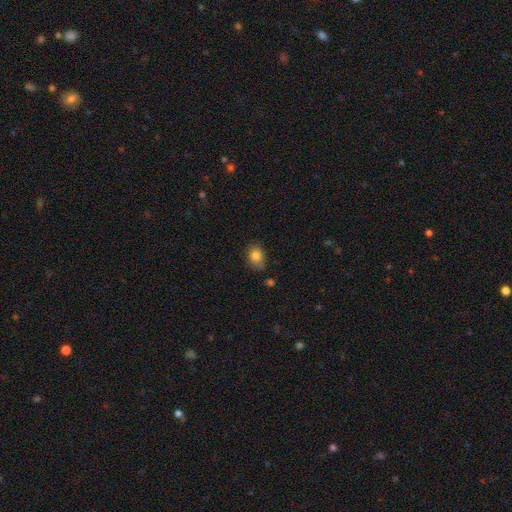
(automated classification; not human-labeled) Smooth or featured? Predicted: smooth (p=0.83). How rounded? Predicted: in between (p=0.51). Merging? Predicted: none (p=0.76).